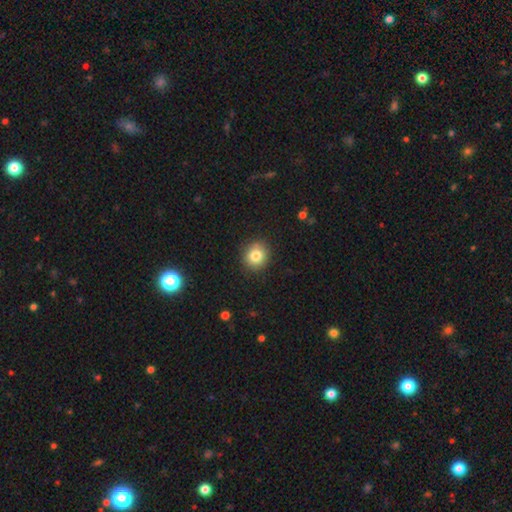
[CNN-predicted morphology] A smooth galaxy with no disk features (81%) that is round (83%). Merging: none (89%).